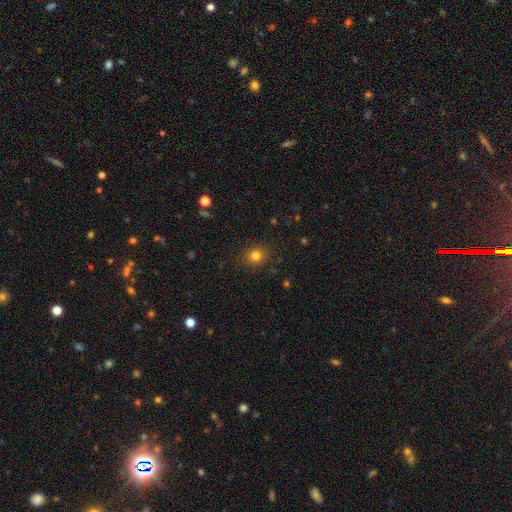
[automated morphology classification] This is clearly a smooth galaxy (81%). How rounded: likely round (77%). Merging: clearly none (88%).